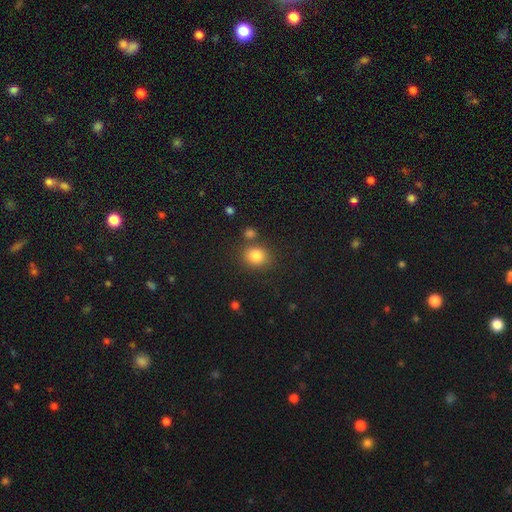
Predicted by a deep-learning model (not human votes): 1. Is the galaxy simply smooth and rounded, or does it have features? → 83% smooth, 11% star or artifact, 6% featured or disk.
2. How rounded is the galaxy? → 64% round, 35% in between, 1% cigar-shaped.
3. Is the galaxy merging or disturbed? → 77% none, 10% minor disturbance, 10% merger, 3% major disturbance.